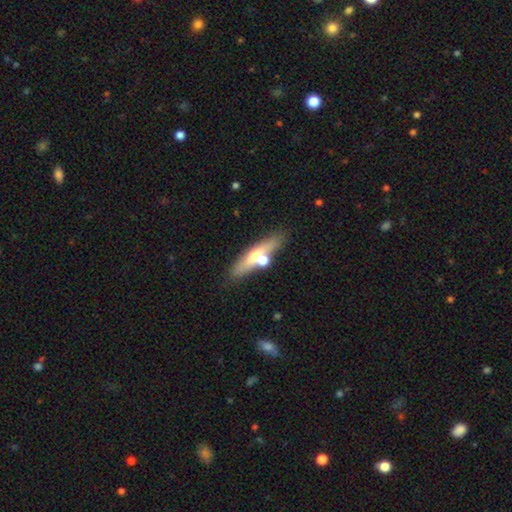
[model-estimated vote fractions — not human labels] featured or disk 47%, smooth 44%, star or artifact 9%. Down the decision tree: merging — none (69%).